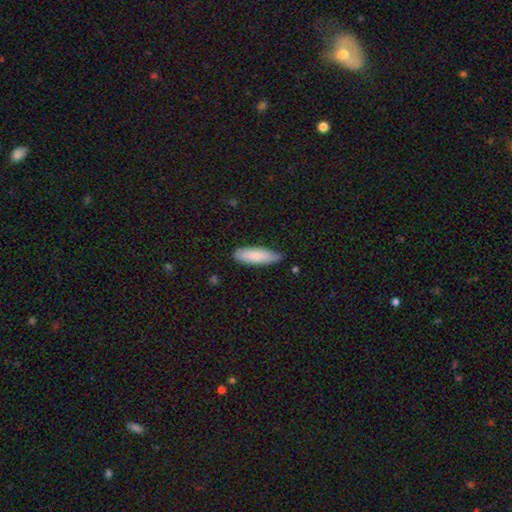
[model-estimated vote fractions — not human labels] smooth 84%, featured or disk 10%, star or artifact 6%. Down the decision tree: how rounded — cigar-shaped (52%); merging — none (78%).